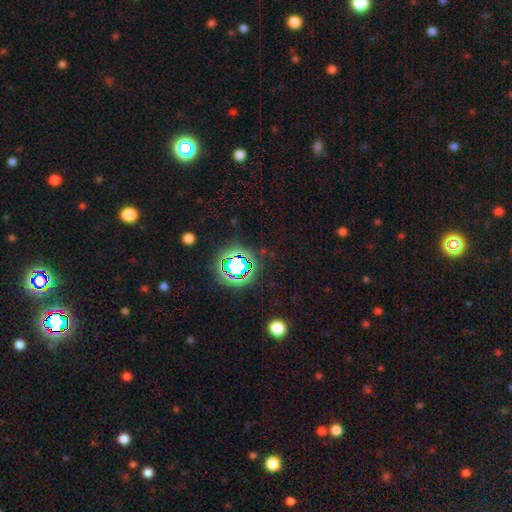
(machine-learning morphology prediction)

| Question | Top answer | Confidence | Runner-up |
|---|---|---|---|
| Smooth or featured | star or artifact | 79% | smooth (14%) |